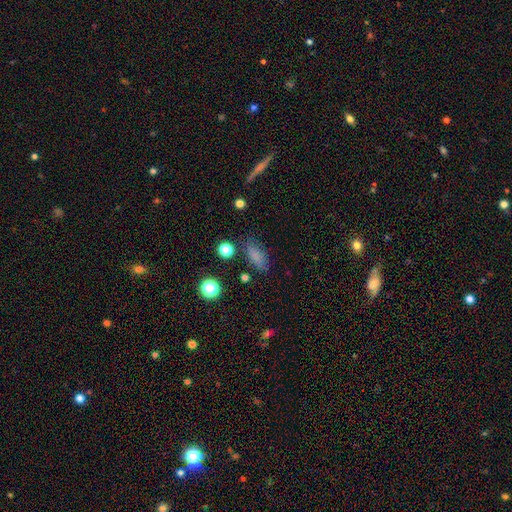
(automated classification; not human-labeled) Smooth or featured?
  - smooth: 79% *
  - star or artifact: 13%
  - featured or disk: 7%
How rounded?
  - in between: 76% *
  - cigar-shaped: 16%
  - round: 8%
Merging?
  - none: 76% *
  - minor disturbance: 16%
  - major disturbance: 5%
  - merger: 3%